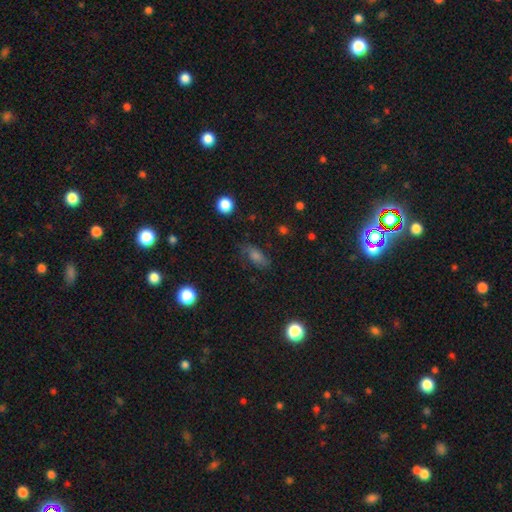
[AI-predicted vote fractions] smooth 57%, featured or disk 25%, star or artifact 18%. Down the decision tree: how rounded — in between (77%); merging — none (69%).